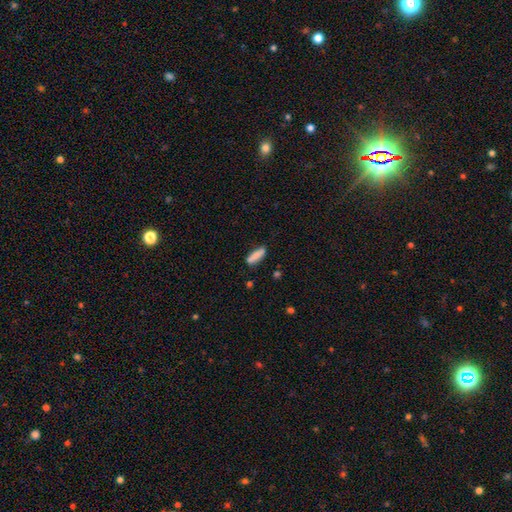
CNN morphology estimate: The model was most divided on "how rounded": cigar-shaped: 58%, in between: 40%, round: 2%. More confident: smooth or featured — smooth (84%); merging — none (79%).